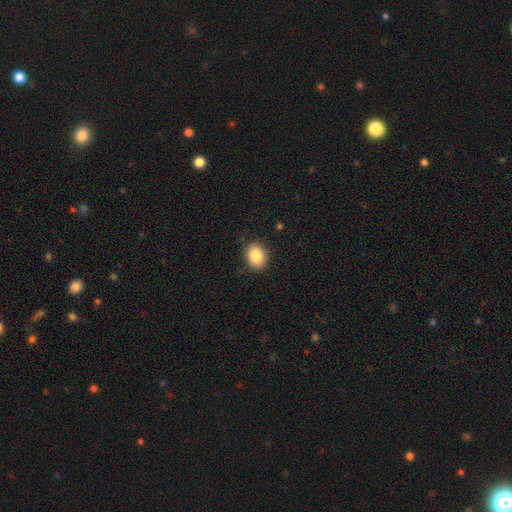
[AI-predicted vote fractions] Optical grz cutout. It shows a smooth galaxy with no disk features (88%) that is in between round and cigar-shaped (59%). Merging: none (82%).